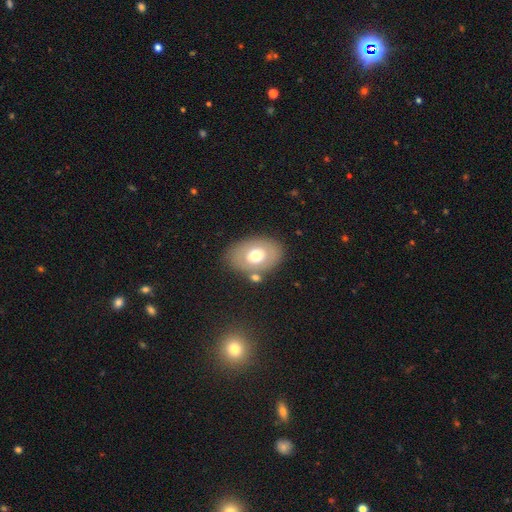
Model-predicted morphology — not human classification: type=smooth (60%); roundness=in between (77%); merging=none (76%).